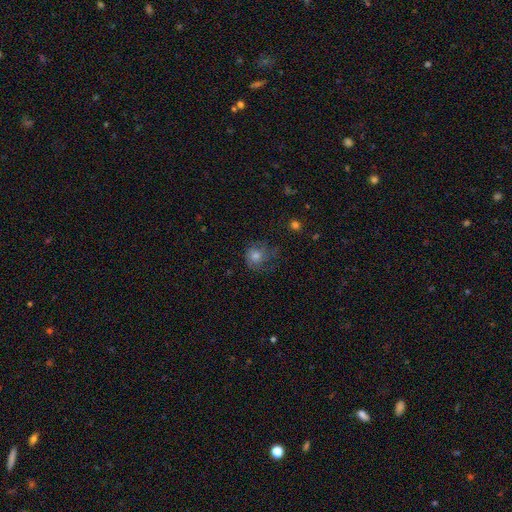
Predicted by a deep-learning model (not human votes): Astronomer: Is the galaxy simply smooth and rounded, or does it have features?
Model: smooth — 55% (runner-up: featured or disk, 31%).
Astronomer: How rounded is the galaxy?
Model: round — 81%.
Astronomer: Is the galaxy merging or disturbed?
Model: none — 56%.